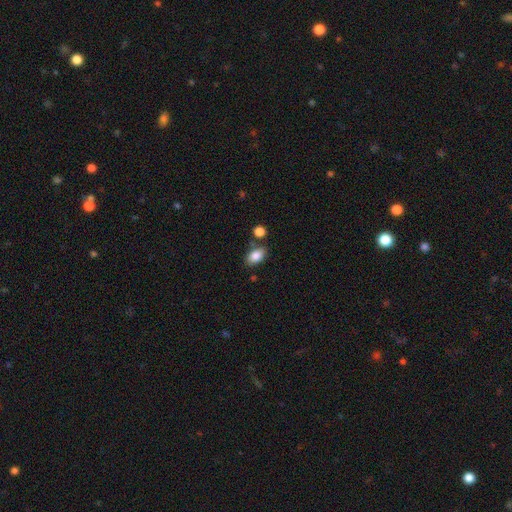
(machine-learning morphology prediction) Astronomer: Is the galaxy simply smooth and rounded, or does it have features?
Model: smooth — 85%.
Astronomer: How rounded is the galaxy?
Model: in between — 89%.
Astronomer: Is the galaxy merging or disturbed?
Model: none — 72%.